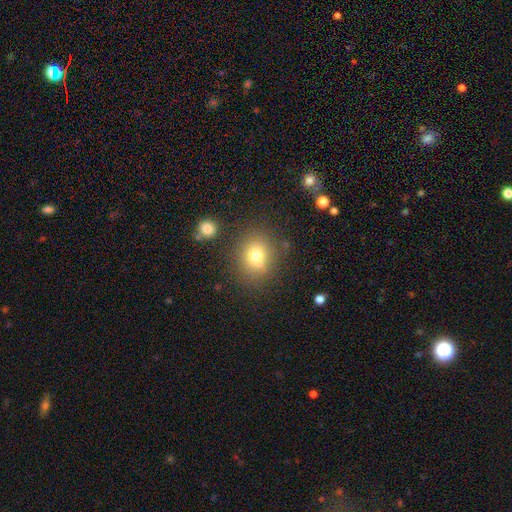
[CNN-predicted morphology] smooth 72%, star or artifact 14%, featured or disk 13%. Down the decision tree: how rounded — round (74%); merging — none (70%).